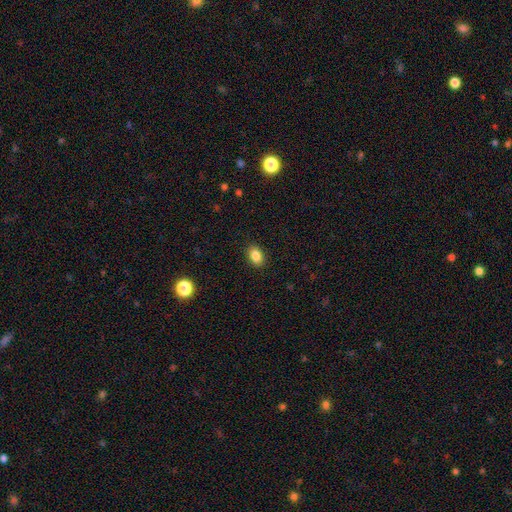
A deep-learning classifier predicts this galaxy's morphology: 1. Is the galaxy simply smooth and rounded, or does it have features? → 86% smooth, 9% star or artifact, 5% featured or disk.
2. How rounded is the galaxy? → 83% in between, 16% round, 1% cigar-shaped.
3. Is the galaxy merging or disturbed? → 90% none, 7% minor disturbance, 2% major disturbance, 1% merger.